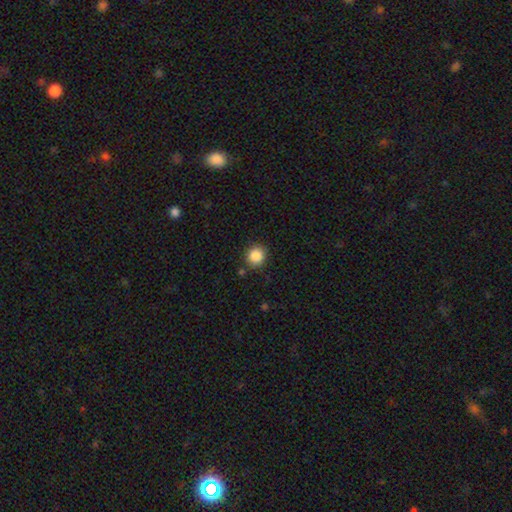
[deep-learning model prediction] A smooth galaxy with no disk features (87%) that is round (91%). Merging: none (87%).